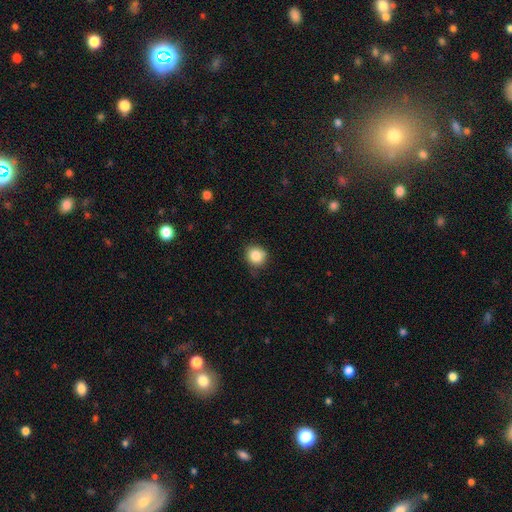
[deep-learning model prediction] Smooth or featured: smooth — 84% (star or artifact — 10%)
How rounded: round — 86% (in between — 13%)
Merging: none — 78% (minor disturbance — 17%)